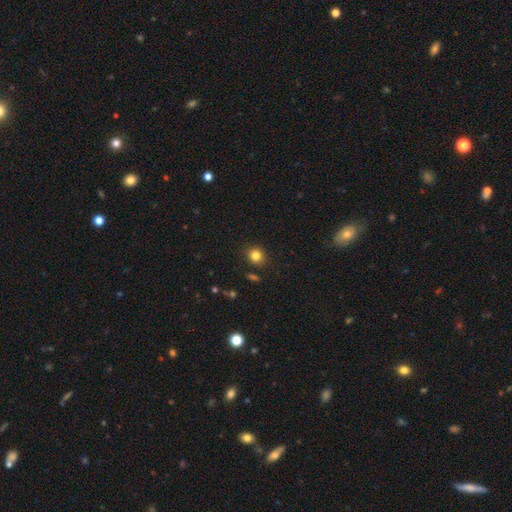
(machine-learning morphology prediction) Smooth or featured? smooth (82%)
How rounded? round (75%)
Merging? none (88%)